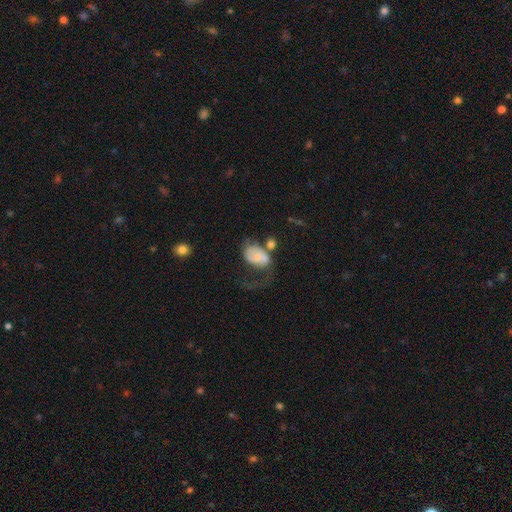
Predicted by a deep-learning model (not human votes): smooth 53%, featured or disk 38%, star or artifact 9%. Down the decision tree: how rounded — in between (80%); merging — major disturbance (41%).